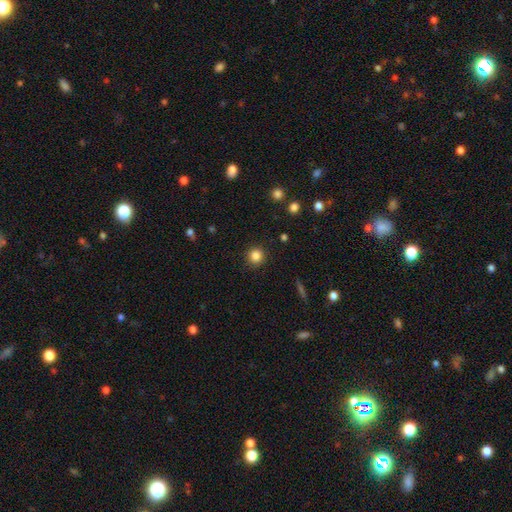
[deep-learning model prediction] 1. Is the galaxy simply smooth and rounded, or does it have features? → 84% smooth, 12% star or artifact, 4% featured or disk.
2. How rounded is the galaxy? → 93% round, 6% in between, 1% cigar-shaped.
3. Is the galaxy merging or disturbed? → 91% none, 6% minor disturbance, 2% major disturbance, 1% merger.